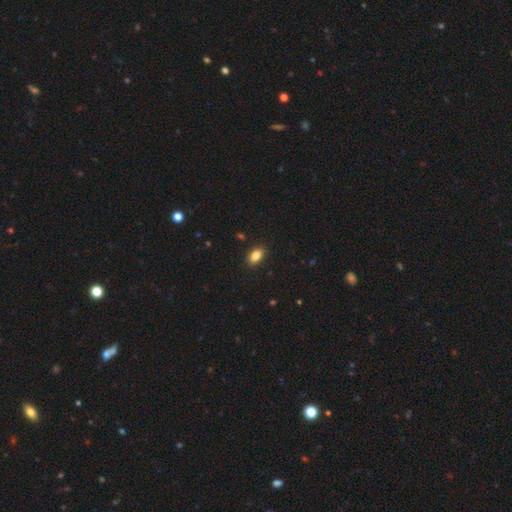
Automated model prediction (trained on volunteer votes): A smooth galaxy with no disk features (85%) that is in between round and cigar-shaped (90%).

Vote fractions:
- Smooth or featured? smooth: 85% / star or artifact: 9% / featured or disk: 6%
- How rounded? in between: 90% / round: 7% / cigar-shaped: 3%
- Merging? none: 89% / minor disturbance: 8% / major disturbance: 2% / merger: 1%